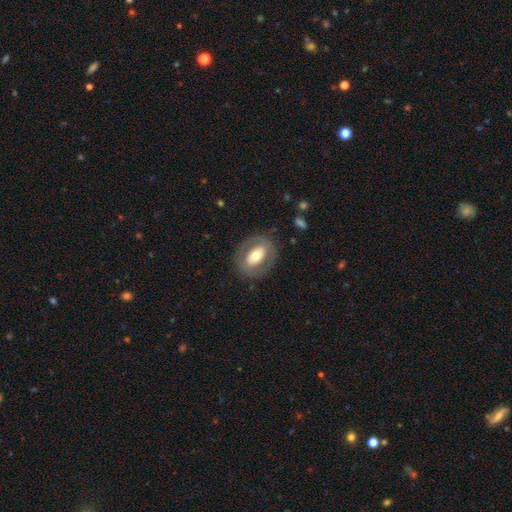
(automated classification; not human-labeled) Overall: smooth (47%; featured or disk 46%). Merging: none (80%).